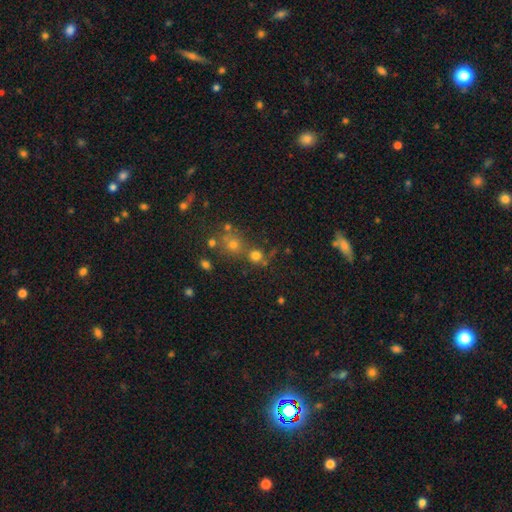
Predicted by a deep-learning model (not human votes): This appears to be a smooth galaxy with no disk features (69%) that is round (87%). Merging: none (61%).